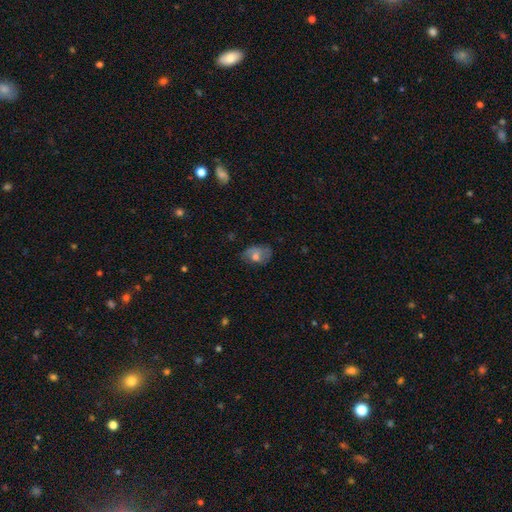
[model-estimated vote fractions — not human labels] smooth 55%, featured or disk 35%, star or artifact 9%. Down the decision tree: how rounded — in between (79%); merging — none (60%).